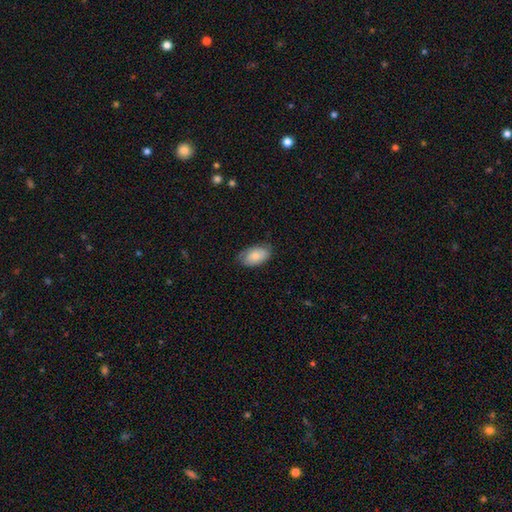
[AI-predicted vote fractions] Overall: smooth (80%). How rounded: in between (94%). Merging: none (73%).